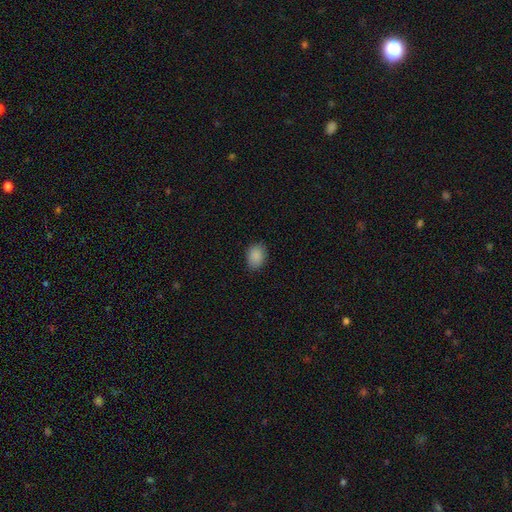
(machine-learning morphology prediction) Smooth or featured?
  - smooth: 88% *
  - star or artifact: 9%
  - featured or disk: 3%
How rounded?
  - in between: 66% *
  - round: 33%
  - cigar-shaped: 1%
Merging?
  - none: 83% *
  - minor disturbance: 13%
  - major disturbance: 3%
  - merger: 1%